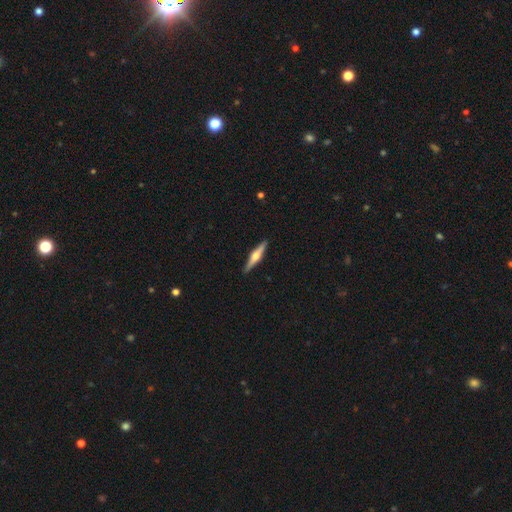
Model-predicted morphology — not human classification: Smooth or featured: featured or disk — 68% (smooth — 27%)
Edge-on disk: yes — 98% (no — 2%)
Edge-on bulge: rounded — 91% (boxy — 6%)
Merging: none — 91% (minor disturbance — 7%)